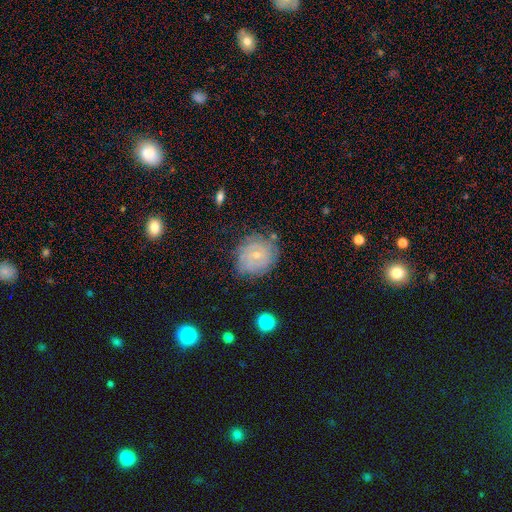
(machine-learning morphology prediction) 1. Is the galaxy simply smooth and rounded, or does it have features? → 64% featured or disk, 25% smooth, 10% star or artifact.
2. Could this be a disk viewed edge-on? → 97% no, 3% yes.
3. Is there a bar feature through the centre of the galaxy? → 66% no, 28% weak, 5% strong.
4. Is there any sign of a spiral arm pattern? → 85% yes, 15% no.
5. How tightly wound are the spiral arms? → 75% tight, 19% medium, 6% loose.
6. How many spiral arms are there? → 49% can't tell, 18% 2, 13% 3, 9% 4, 5% more than 4, 5% 1.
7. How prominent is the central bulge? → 69% small, 28% moderate, 2% none, 1% large, 1% dominant.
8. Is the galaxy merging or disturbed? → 74% none, 18% minor disturbance, 6% major disturbance, 2% merger.